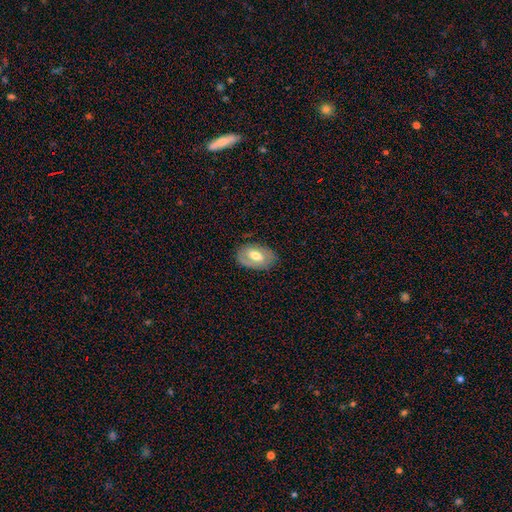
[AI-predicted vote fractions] Overall: smooth (51%; featured or disk 43%). How rounded: in between (89%). Merging: none (80%).